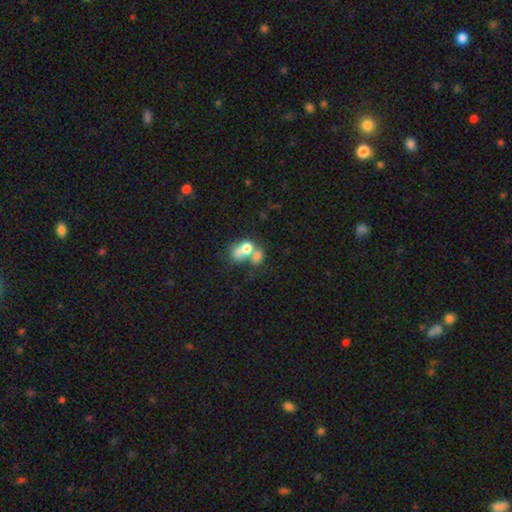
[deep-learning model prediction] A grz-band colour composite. It shows a smooth galaxy with no disk features (61%) that is in between round and cigar-shaped (59%). Merging: merger (66%).